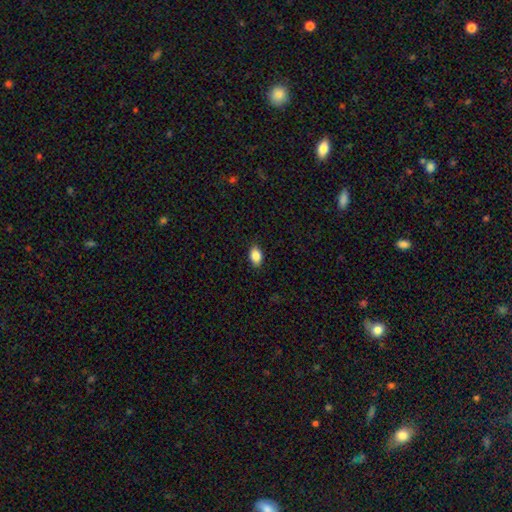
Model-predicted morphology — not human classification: Smooth or featured? smooth (87%)
How rounded? in between (86%)
Merging? none (88%)